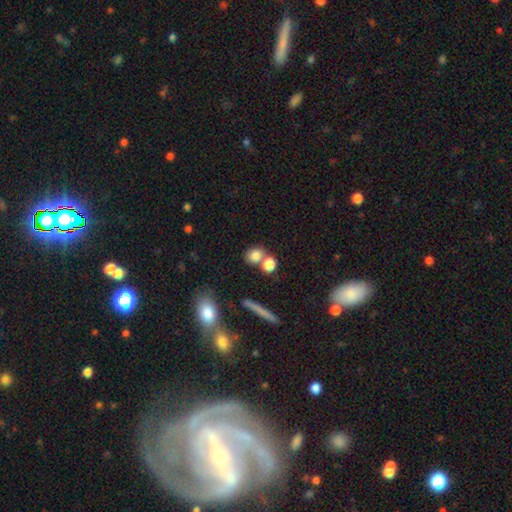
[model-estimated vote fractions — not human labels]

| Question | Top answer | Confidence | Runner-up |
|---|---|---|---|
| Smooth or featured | smooth | 78% | star or artifact (11%) |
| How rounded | round | 58% | in between (38%) |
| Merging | none | 56% | merger (31%) |